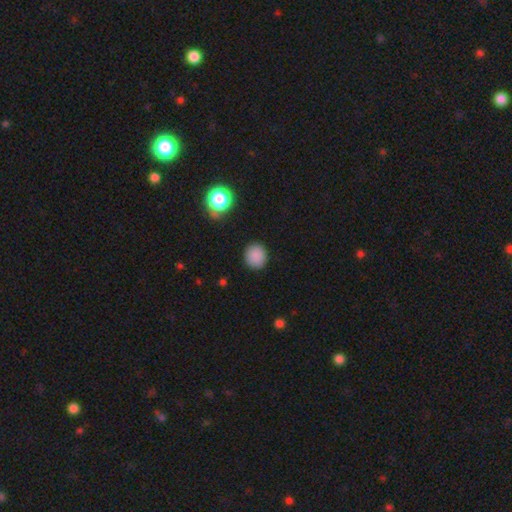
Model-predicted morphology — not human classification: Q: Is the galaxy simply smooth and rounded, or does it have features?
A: smooth — 86%.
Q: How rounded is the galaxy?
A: round — 81%.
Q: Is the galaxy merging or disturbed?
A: none — 87%.